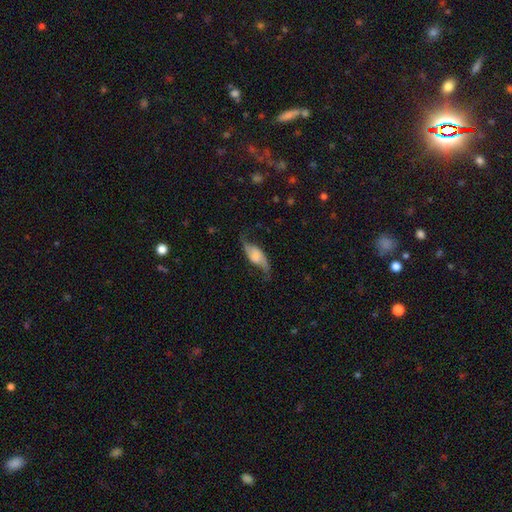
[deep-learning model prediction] A featured or disk galaxy (64%) with no bar (53%), spiral arms (90%) and no central bulge (33%).

Vote fractions:
- Smooth or featured? featured or disk: 64% / smooth: 28% / star or artifact: 8%
- Edge-on disk? no: 85% / yes: 15%
- Bar? no: 53% / weak: 33% / strong: 14%
- Spiral arms? yes: 90% / no: 10%
- Bulge size? none: 33% / large: 21% / small: 20% / moderate: 18% / dominant: 8%
- Merging? none: 64% / minor disturbance: 21% / major disturbance: 13% / merger: 2%